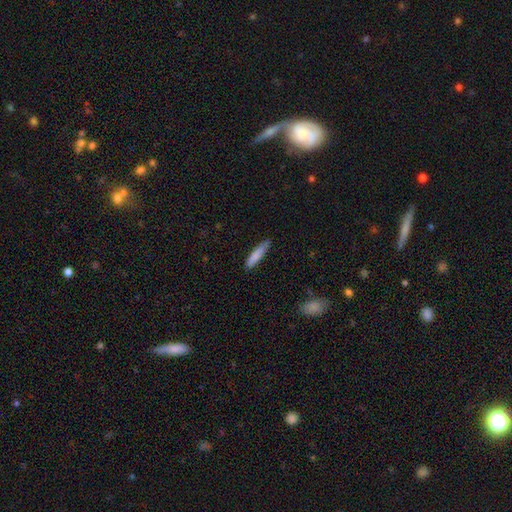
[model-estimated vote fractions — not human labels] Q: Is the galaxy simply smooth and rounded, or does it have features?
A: smooth — 82%.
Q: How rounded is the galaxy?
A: cigar-shaped — 84%.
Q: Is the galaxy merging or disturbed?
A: none — 78%.